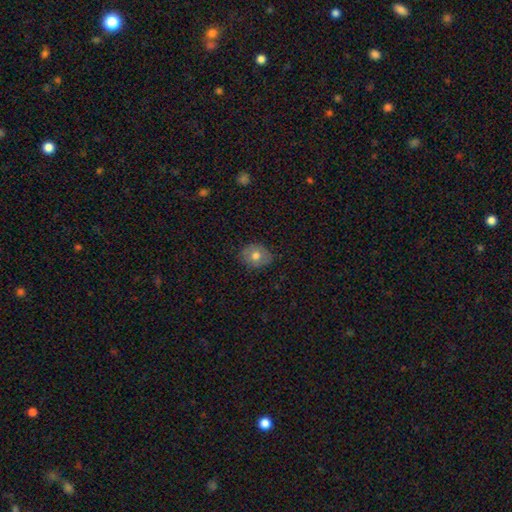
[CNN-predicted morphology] type=smooth (71%); roundness=round (52%); merging=none (82%).